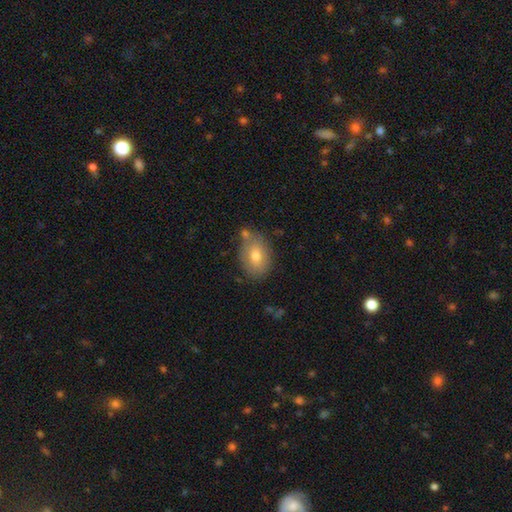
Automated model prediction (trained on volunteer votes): Smooth or featured? Predicted: smooth (p=0.73). How rounded? Predicted: in between (p=0.78). Merging? Predicted: none (p=0.67).